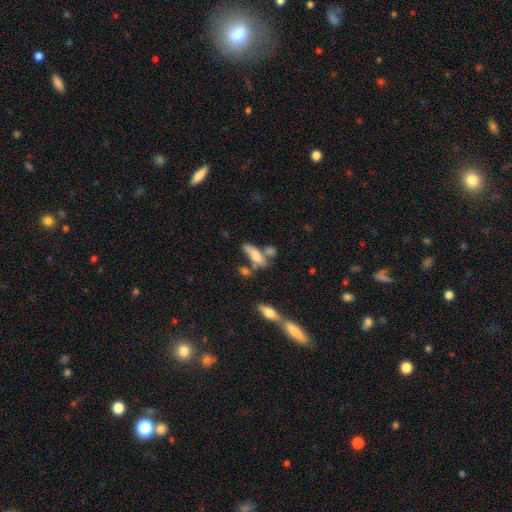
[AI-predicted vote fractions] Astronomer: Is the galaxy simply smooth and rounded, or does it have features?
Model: smooth — 64%.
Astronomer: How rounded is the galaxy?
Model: in between — 58% (runner-up: cigar-shaped, 39%).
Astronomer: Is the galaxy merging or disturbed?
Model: none — 44% (runner-up: merger, 26%).